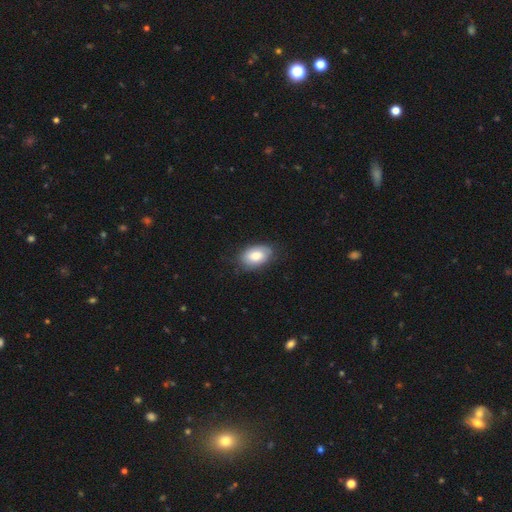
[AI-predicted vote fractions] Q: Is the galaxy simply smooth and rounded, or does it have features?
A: smooth — 76%.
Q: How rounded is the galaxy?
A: in between — 91%.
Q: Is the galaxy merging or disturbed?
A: none — 73%.